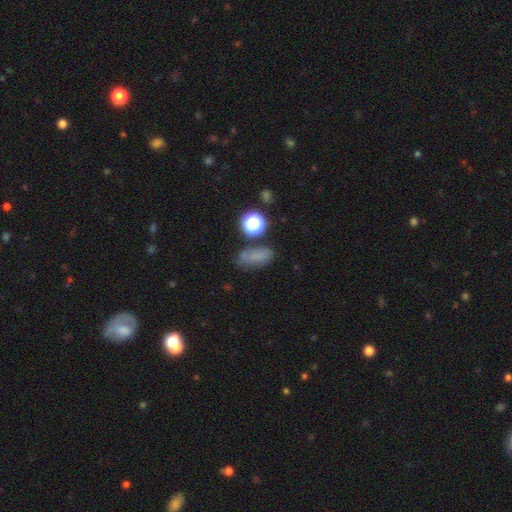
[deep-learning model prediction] Morphology: type=smooth (65%); roundness=in between (72%); merging=none (63%).